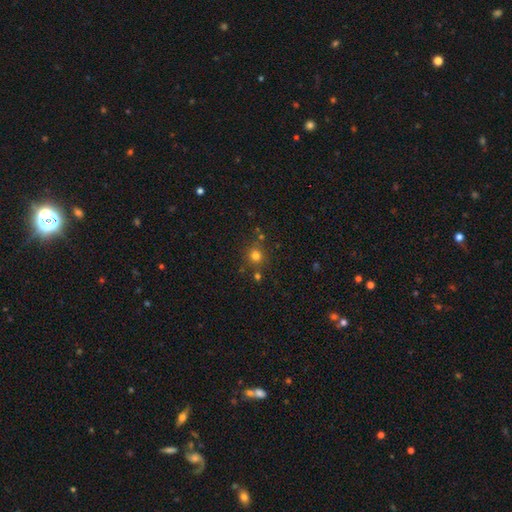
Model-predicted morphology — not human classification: smooth-or-featured: smooth: 76% | star or artifact: 17% | featured or disk: 7%
  how-rounded: round: 91% | in between: 8% | cigar-shaped: 1%
  merging: none: 77% | merger: 10% | minor disturbance: 10% | major disturbance: 4%